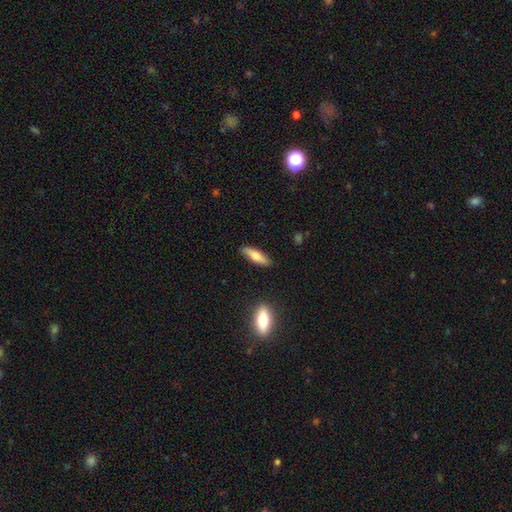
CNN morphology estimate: This appears to be a smooth galaxy with no disk features (68%) that is cigar-shaped (60%). Merging: none (87%).